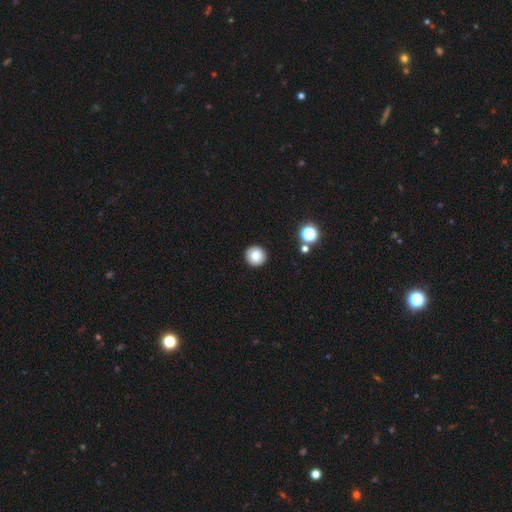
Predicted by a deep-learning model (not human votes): A smooth galaxy with no disk features (82%) that is round (94%). Merging: none (92%).